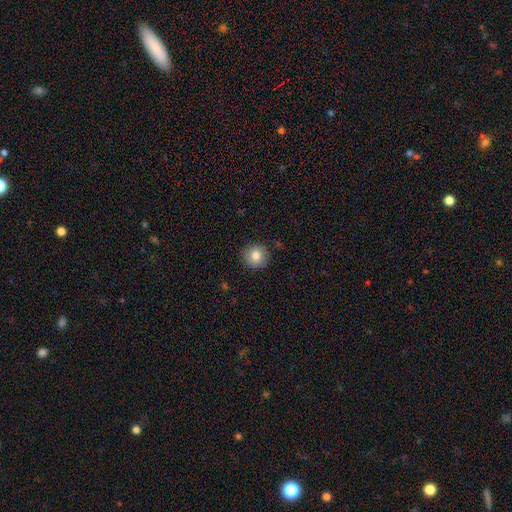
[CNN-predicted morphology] A smooth galaxy with no disk features (83%) that is round (93%). Merging: none (89%).